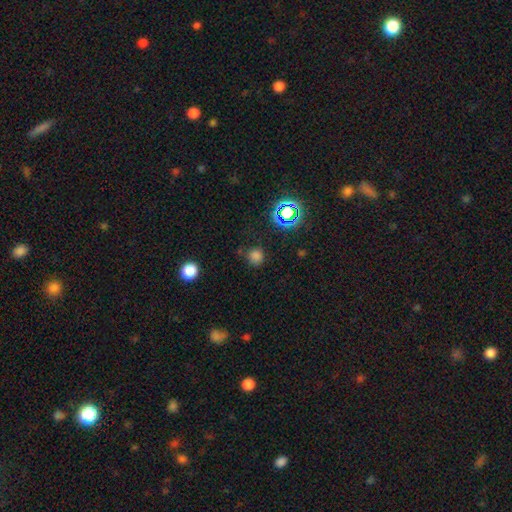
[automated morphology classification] Smooth or featured: smooth — 71% (star or artifact — 24%)
How rounded: round — 89% (in between — 10%)
Merging: none — 78% (minor disturbance — 14%)